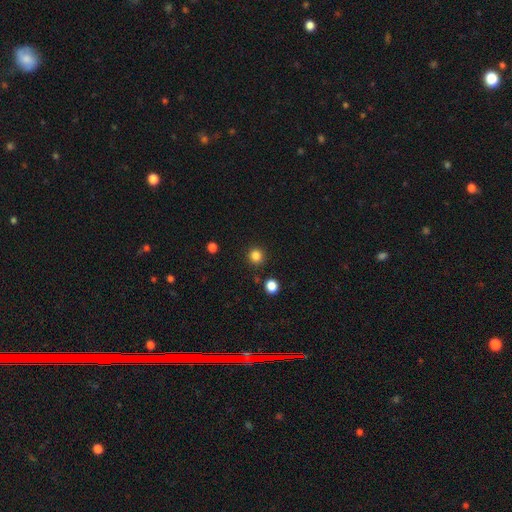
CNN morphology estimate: This appears to be a smooth galaxy with no disk features (84%) that is round (94%). Merging: none (90%).